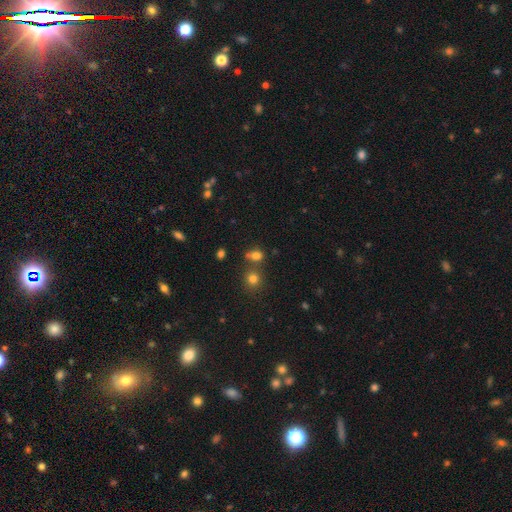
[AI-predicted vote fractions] smooth-or-featured: smooth: 75% | star or artifact: 18% | featured or disk: 8%
  how-rounded: round: 51% | in between: 47% | cigar-shaped: 2%
  merging: none: 55% | merger: 28% | minor disturbance: 12% | major disturbance: 5%